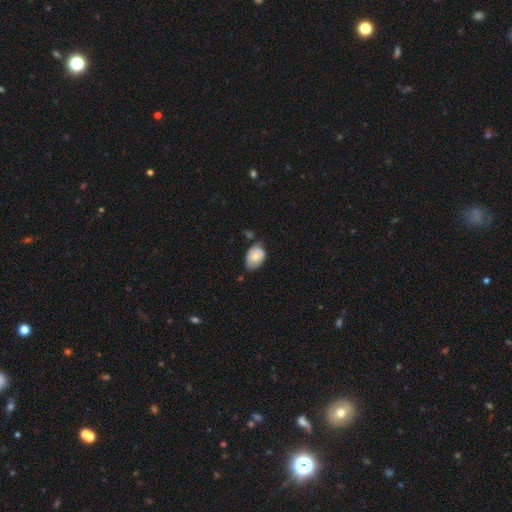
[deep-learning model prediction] Smooth or featured: smooth — 70% (featured or disk — 23%)
How rounded: in between — 85% (round — 14%)
Merging: none — 48% (minor disturbance — 39%)